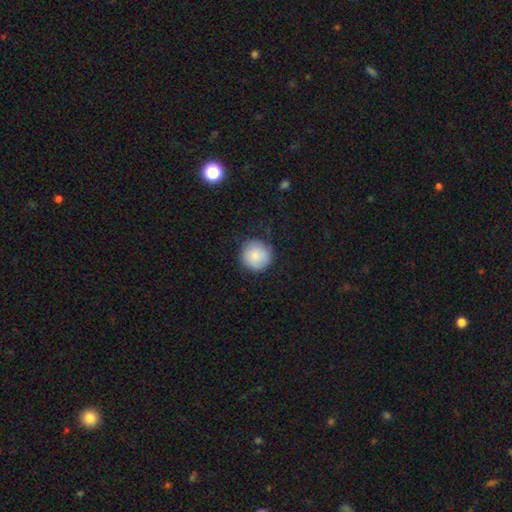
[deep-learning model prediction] This appears to be a smooth galaxy with no disk features (83%) that is round (94%). Merging: none (81%).